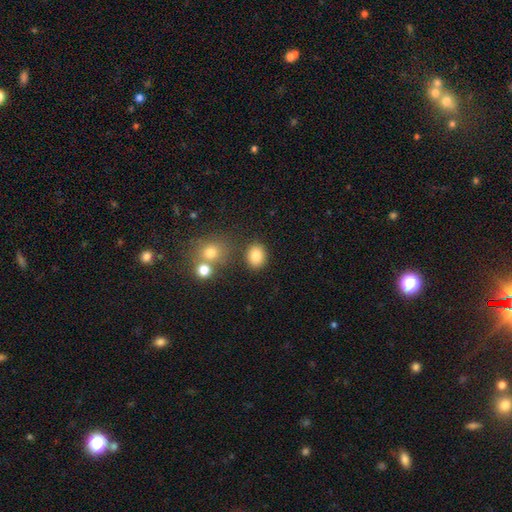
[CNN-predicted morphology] Smooth or featured?
  - smooth: 83% *
  - star or artifact: 11%
  - featured or disk: 6%
How rounded?
  - in between: 51% *
  - round: 48%
  - cigar-shaped: 1%
Merging?
  - none: 79% *
  - minor disturbance: 10%
  - merger: 8%
  - major disturbance: 3%